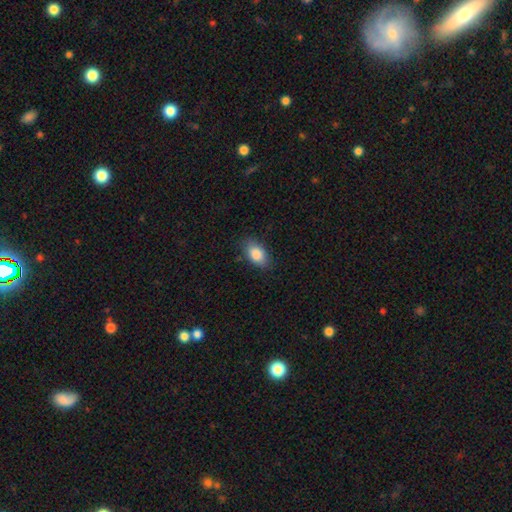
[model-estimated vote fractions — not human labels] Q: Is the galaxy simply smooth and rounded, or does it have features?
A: smooth — 85%.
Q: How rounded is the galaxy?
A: in between — 90%.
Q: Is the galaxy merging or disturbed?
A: none — 82%.